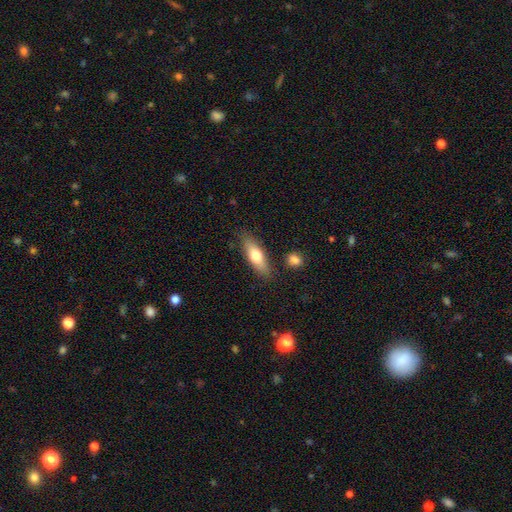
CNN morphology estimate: Q: Smooth or featured?
A: smooth (65%); runner-up: featured or disk (29%)
Q: How rounded?
A: in between (50%); runner-up: cigar-shaped (47%)
Q: Merging?
A: none (82%); runner-up: minor disturbance (12%)